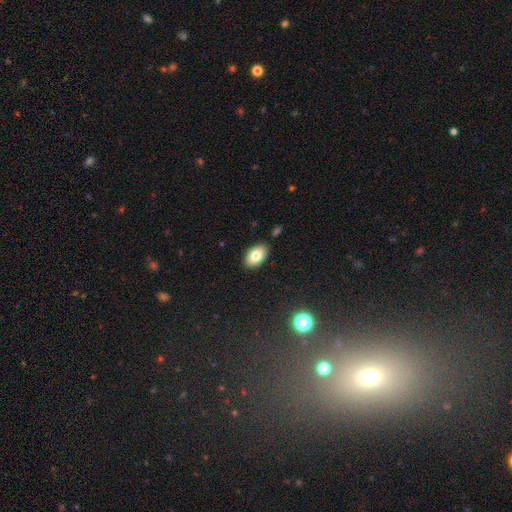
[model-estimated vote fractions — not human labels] smooth-or-featured: smooth: 79% | featured or disk: 13% | star or artifact: 8%
  how-rounded: in between: 92% | round: 6% | cigar-shaped: 1%
  merging: none: 86% | minor disturbance: 10% | merger: 2% | major disturbance: 2%